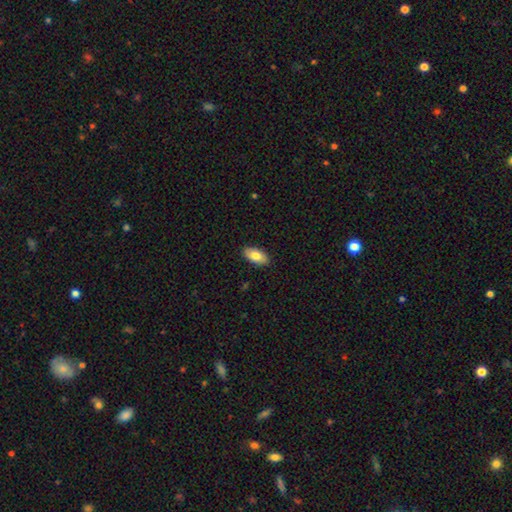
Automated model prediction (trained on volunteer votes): smooth_or_featured: smooth (p=0.79) [alt: featured or disk p=0.14]
how_rounded: in between (p=0.93) [alt: cigar-shaped p=0.04]
merging: none (p=0.89) [alt: minor disturbance p=0.08]